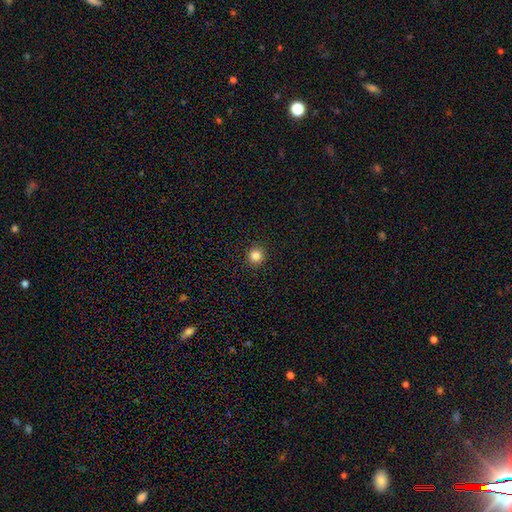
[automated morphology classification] smooth_or_featured: smooth (p=0.84) [alt: star or artifact p=0.12]
how_rounded: round (p=0.94) [alt: in between p=0.06]
merging: none (p=0.93) [alt: minor disturbance p=0.05]